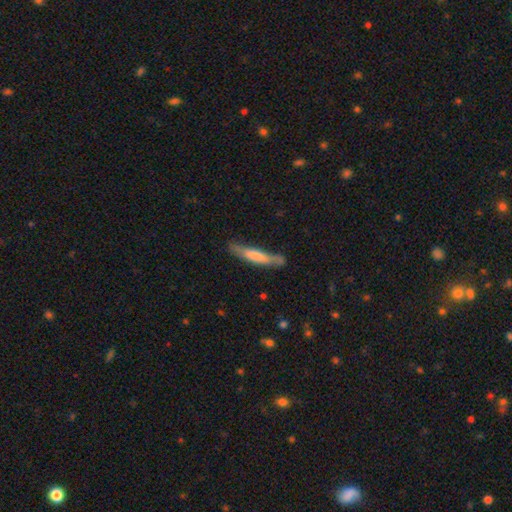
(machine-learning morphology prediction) This appears to be a smooth galaxy with no disk features (57%) that is cigar-shaped (91%). Merging: none (70%).